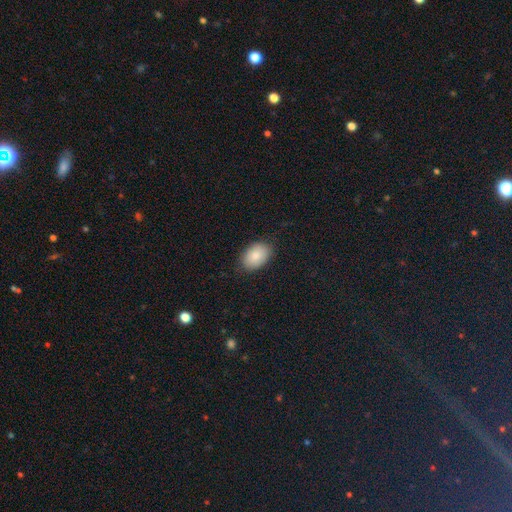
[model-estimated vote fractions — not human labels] Morphology: type=smooth (86%); roundness=in between (88%); merging=none (84%).